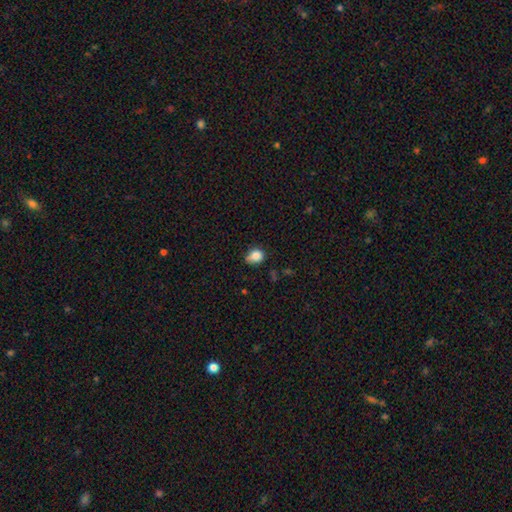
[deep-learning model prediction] Smooth or featured: smooth — 84% (star or artifact — 10%)
How rounded: round — 52% (in between — 47%)
Merging: none — 61% (minor disturbance — 31%)